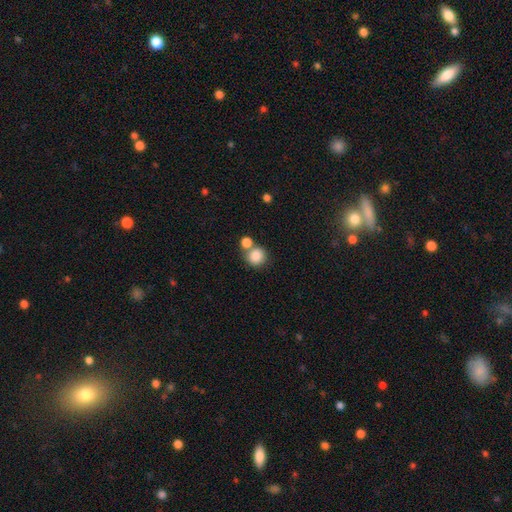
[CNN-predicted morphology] The model was most divided on "merging": none: 54%, merger: 33%, minor disturbance: 9%, major disturbance: 4%. More confident: how rounded — round (89%); smooth or featured — smooth (85%).